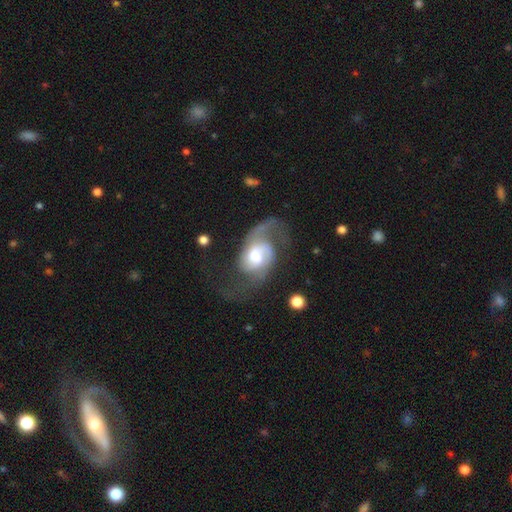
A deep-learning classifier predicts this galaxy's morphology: Smooth or featured: featured or disk — 79% (smooth — 15%)
Edge-on disk: no — 97% (yes — 3%)
Bar: no — 46% (weak — 44%)
Spiral arms: yes — 94% (no — 6%)
Spiral winding: loose — 47% (medium — 41%)
Spiral arm count: 2 — 70% (1 — 14%)
Bulge size: moderate — 47% (large — 32%)
Merging: none — 42% (major disturbance — 37%)